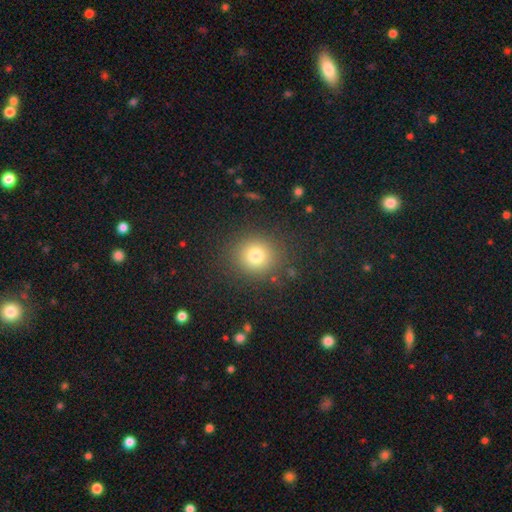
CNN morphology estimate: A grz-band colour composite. It shows a smooth galaxy with no disk features (78%) that is round (87%). Merging: none (88%).